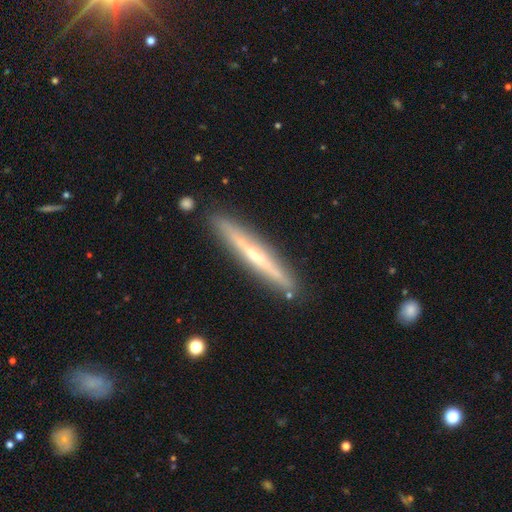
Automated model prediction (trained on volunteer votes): Smooth or featured: featured or disk — 67% (smooth — 28%)
Edge-on disk: yes — 95% (no — 5%)
Edge-on bulge: rounded — 52% (none — 41%)
Merging: none — 88% (minor disturbance — 9%)